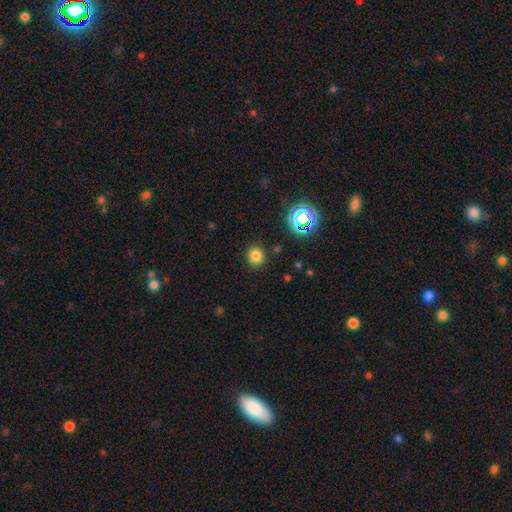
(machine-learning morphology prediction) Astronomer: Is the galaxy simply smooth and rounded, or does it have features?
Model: smooth — 77%.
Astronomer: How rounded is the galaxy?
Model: round — 84%.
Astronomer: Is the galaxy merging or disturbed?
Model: none — 87%.